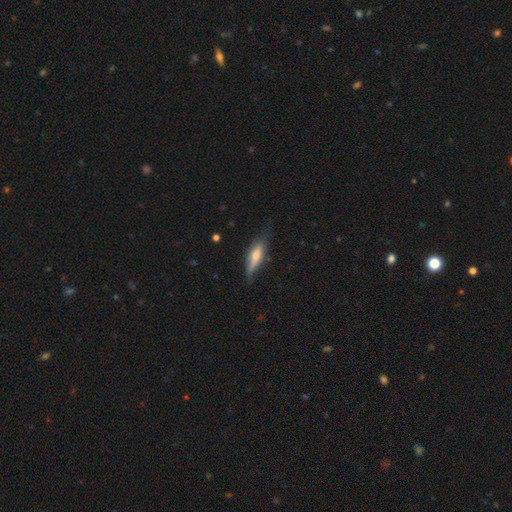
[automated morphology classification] smooth-or-featured: smooth: 53% | featured or disk: 40% | star or artifact: 7%
  how-rounded: cigar-shaped: 60% | in between: 38% | round: 2%
  merging: none: 61% | minor disturbance: 29% | major disturbance: 8% | merger: 2%